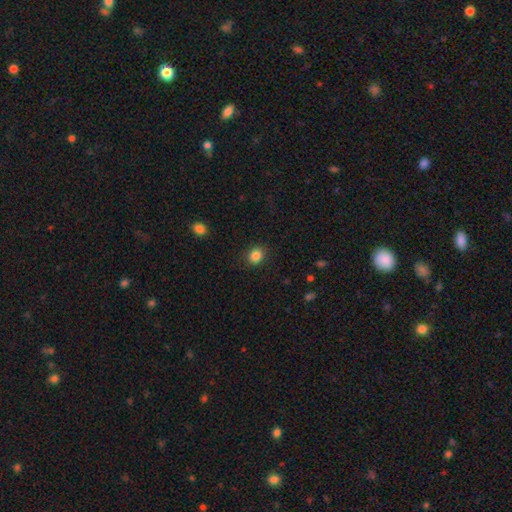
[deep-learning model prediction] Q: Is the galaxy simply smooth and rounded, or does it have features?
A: smooth — 86%.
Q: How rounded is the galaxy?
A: round — 65%.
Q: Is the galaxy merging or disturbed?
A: none — 88%.